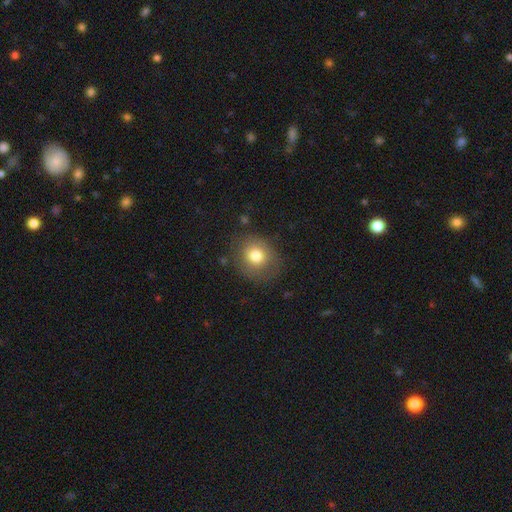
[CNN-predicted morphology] Smooth or featured: smooth — 77% (featured or disk — 13%)
How rounded: round — 75% (in between — 24%)
Merging: none — 76% (minor disturbance — 16%)